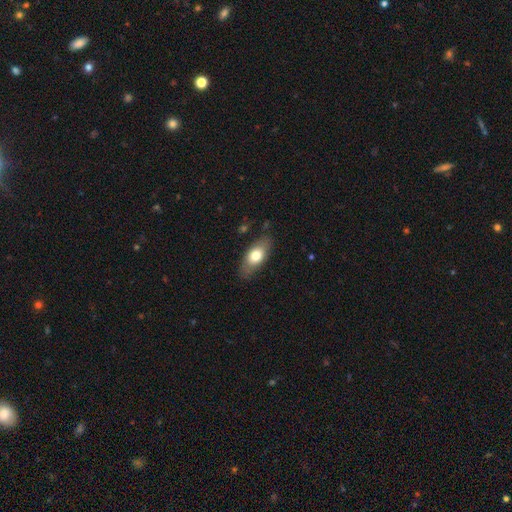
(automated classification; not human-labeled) smooth_or_featured: smooth (p=0.69) [alt: featured or disk p=0.24]
how_rounded: in between (p=0.86) [alt: cigar-shaped p=0.10]
merging: none (p=0.81) [alt: minor disturbance p=0.14]